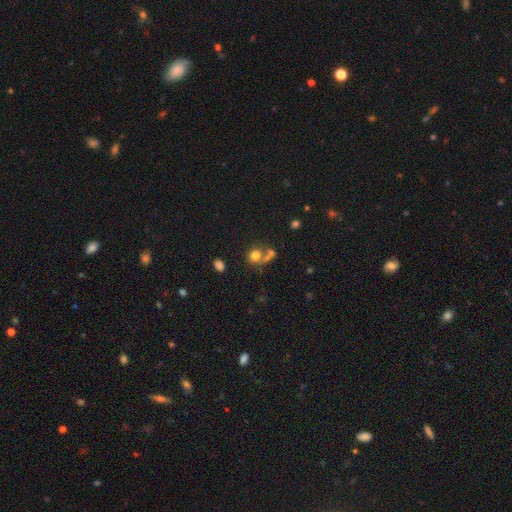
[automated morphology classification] A smooth galaxy with no disk features (74%) that is round (80%). Merging: none (47%).